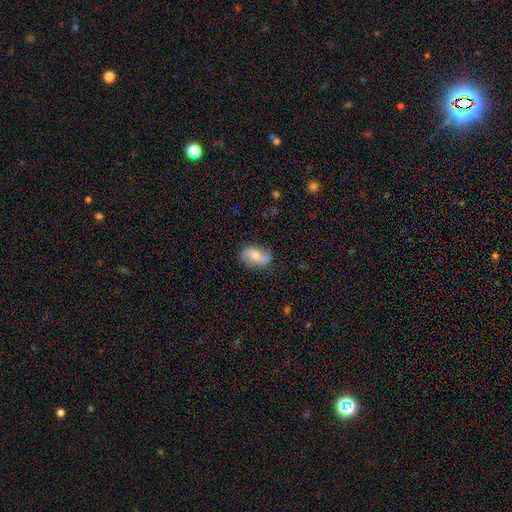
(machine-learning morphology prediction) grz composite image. It shows a featured or disk galaxy (60%) with no bar (54%), 2 (88%) loose (63%) spiral arms (90%) and a moderate central bulge (56%). Merging: none (74%).